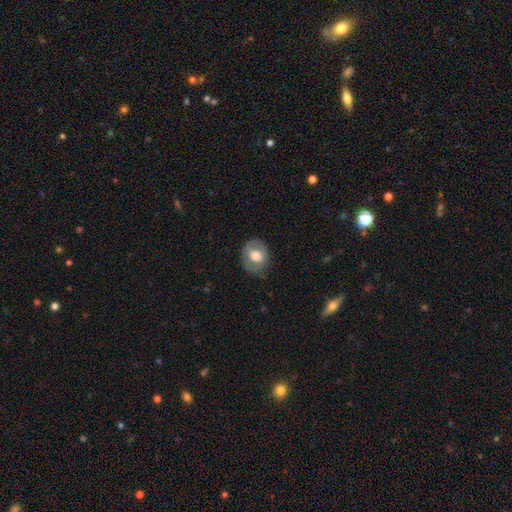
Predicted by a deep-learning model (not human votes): Smooth or featured: smooth — 61% (featured or disk — 32%)
How rounded: round — 60% (in between — 39%)
Merging: none — 77% (minor disturbance — 16%)